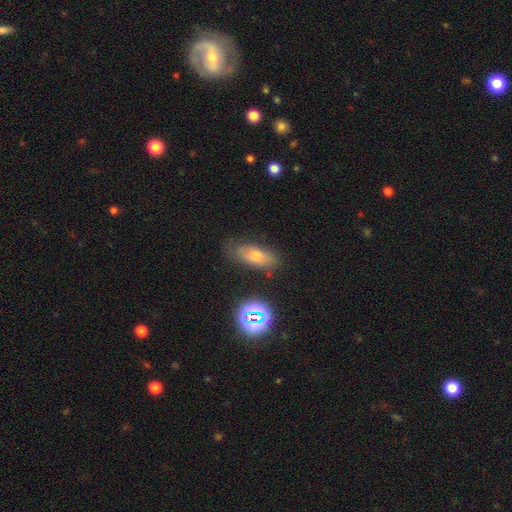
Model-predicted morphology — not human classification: A smooth galaxy with no disk features (64%) that is in between round and cigar-shaped (76%). Merging: none (74%).